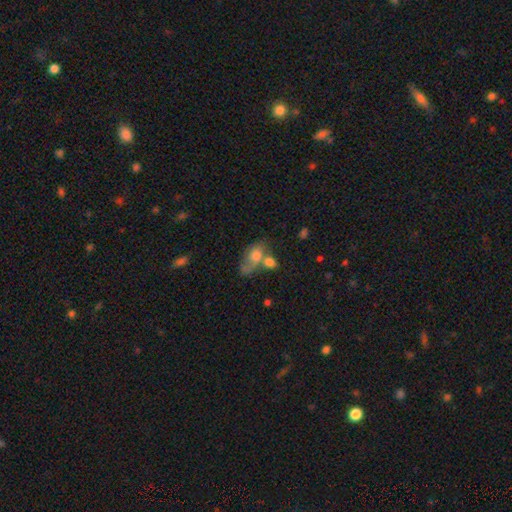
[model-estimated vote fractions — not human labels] A smooth galaxy with no disk features (66%) that is in between round and cigar-shaped (77%). Merging: merger (45%).